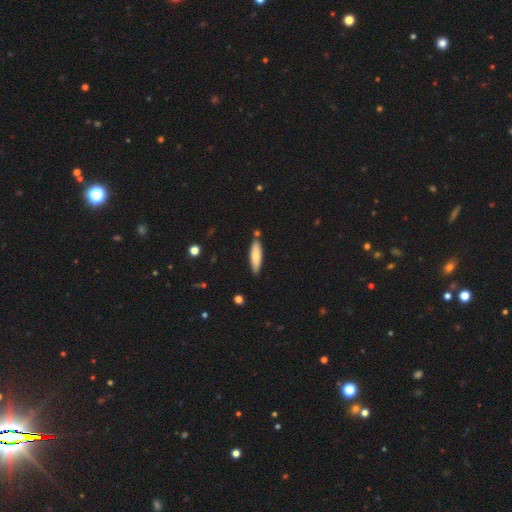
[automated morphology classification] smooth_or_featured: smooth (p=0.75) [alt: featured or disk p=0.19]
how_rounded: cigar-shaped (p=0.65) [alt: in between p=0.33]
merging: none (p=0.80) [alt: minor disturbance p=0.13]